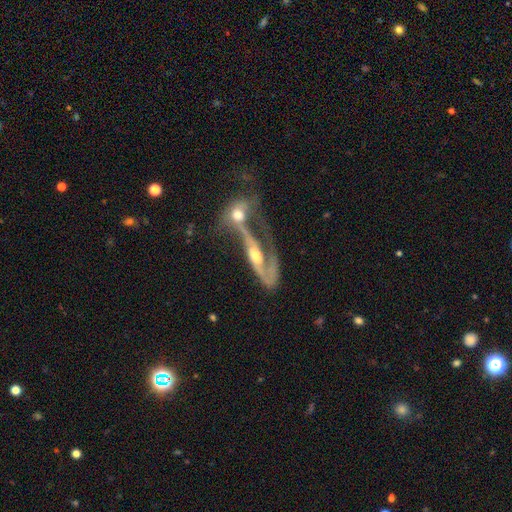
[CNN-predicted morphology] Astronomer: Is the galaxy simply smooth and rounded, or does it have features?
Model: featured or disk — 78%.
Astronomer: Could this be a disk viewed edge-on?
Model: no — 85%.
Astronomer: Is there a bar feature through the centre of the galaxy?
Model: no — 53% (runner-up: weak, 31%).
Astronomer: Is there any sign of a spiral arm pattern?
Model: yes — 85%.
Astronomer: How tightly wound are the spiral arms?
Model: loose — 45% (runner-up: medium, 35%).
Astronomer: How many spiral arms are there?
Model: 2 — 55% (runner-up: 1, 30%).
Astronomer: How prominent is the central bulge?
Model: moderate — 64%.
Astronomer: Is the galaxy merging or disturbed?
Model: merger — 61%.